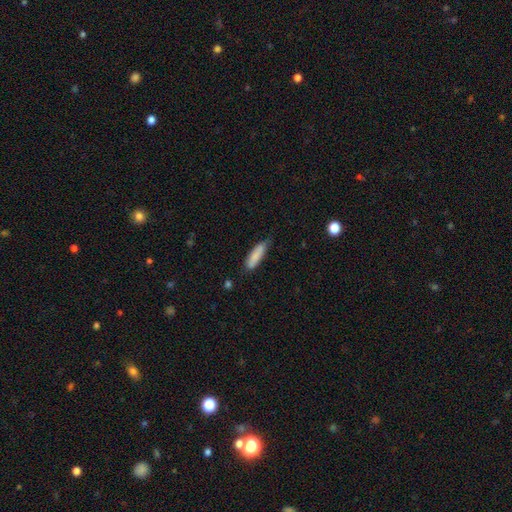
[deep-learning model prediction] smooth_or_featured: smooth (p=0.85) [alt: featured or disk p=0.09]
how_rounded: cigar-shaped (p=0.64) [alt: in between p=0.34]
merging: none (p=0.67) [alt: minor disturbance p=0.27]